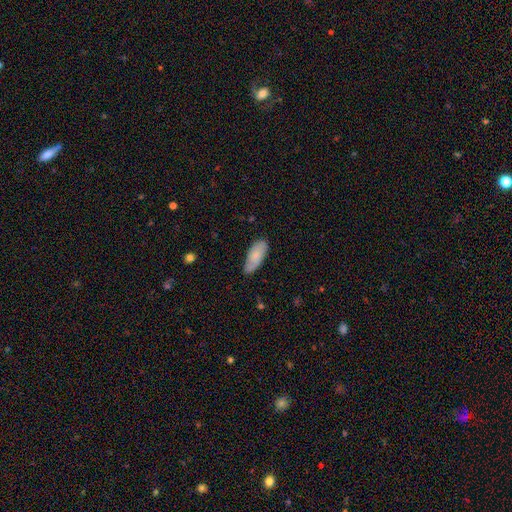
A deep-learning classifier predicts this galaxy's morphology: This is likely a smooth galaxy (76%). How rounded: likely in between (80%). Merging: likely none (72%).